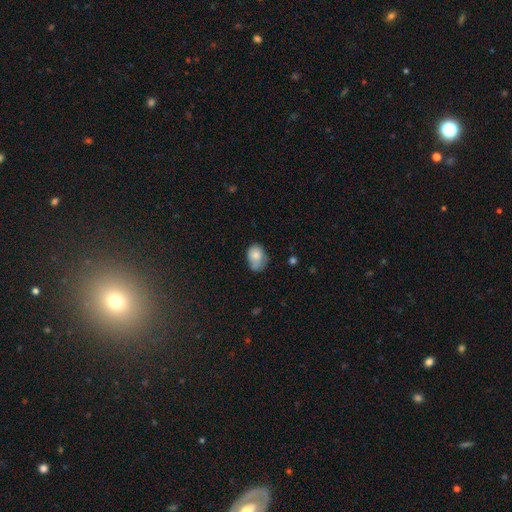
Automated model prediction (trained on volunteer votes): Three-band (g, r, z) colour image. It shows a smooth galaxy with no disk features (75%) that is in between round and cigar-shaped (71%). Merging: minor disturbance (41%).